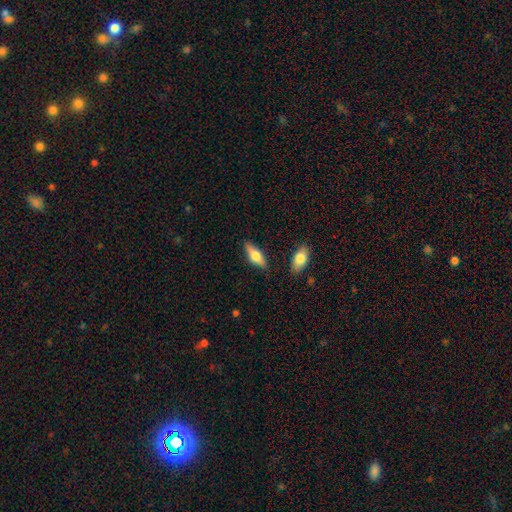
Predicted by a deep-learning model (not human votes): Smooth or featured? Predicted: smooth (p=0.57). How rounded? Predicted: in between (p=0.60). Merging? Predicted: none (p=0.83).